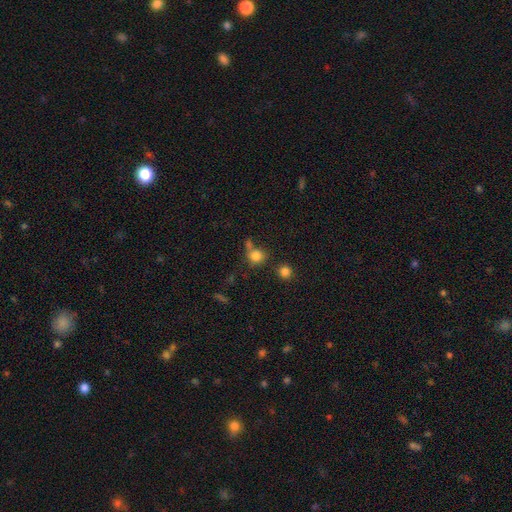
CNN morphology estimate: Smooth or featured?
  - smooth: 81% *
  - star or artifact: 12%
  - featured or disk: 7%
How rounded?
  - round: 84% *
  - in between: 15%
  - cigar-shaped: 1%
Merging?
  - none: 59% *
  - merger: 24%
  - minor disturbance: 12%
  - major disturbance: 6%